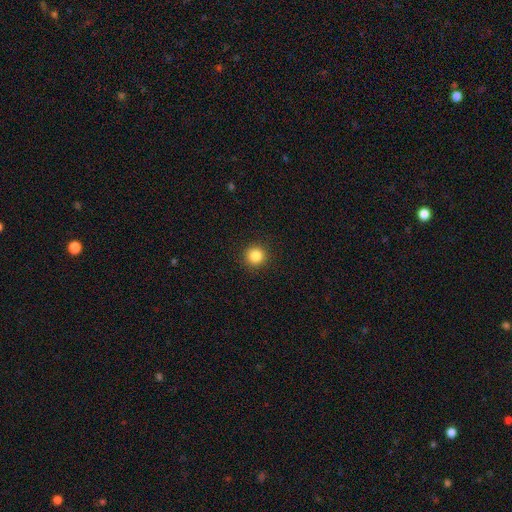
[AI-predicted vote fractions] A smooth galaxy with no disk features (85%) that is round (94%).

Vote fractions:
- Smooth or featured? smooth: 85% / star or artifact: 11% / featured or disk: 4%
- How rounded? round: 94% / in between: 5% / cigar-shaped: 1%
- Merging? none: 92% / minor disturbance: 5% / major disturbance: 2% / merger: 1%